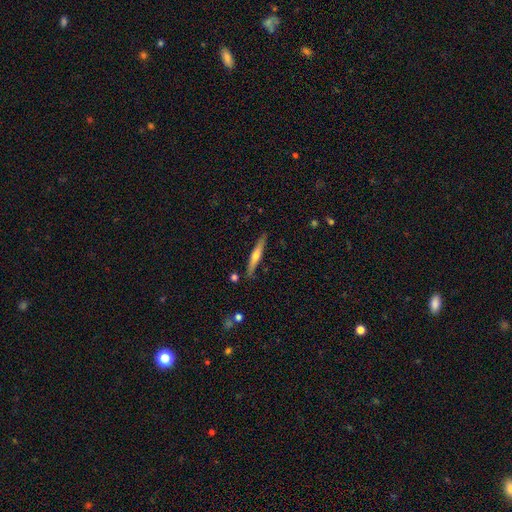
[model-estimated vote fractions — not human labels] Smooth or featured? featured or disk (56%)
Edge-on disk? yes (96%)
Edge-on bulge? rounded (82%)
Merging? none (86%)